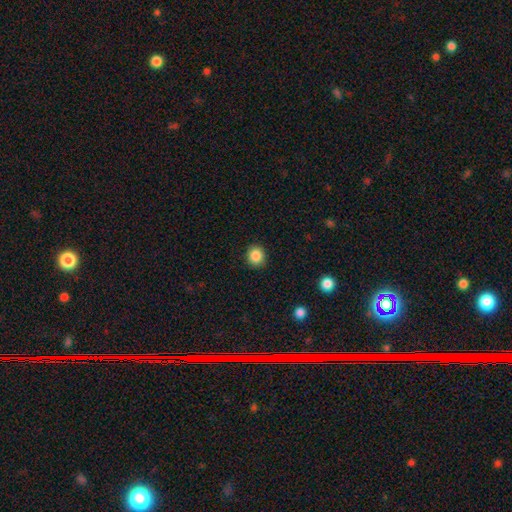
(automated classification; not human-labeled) Smooth or featured? Predicted: smooth (p=0.86). How rounded? Predicted: round (p=0.84). Merging? Predicted: none (p=0.90).